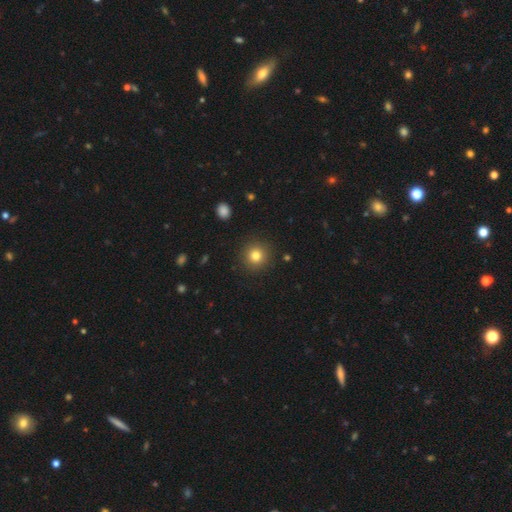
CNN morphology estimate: This is clearly a smooth galaxy (81%). How rounded: clearly round (95%). Merging: clearly none (91%).